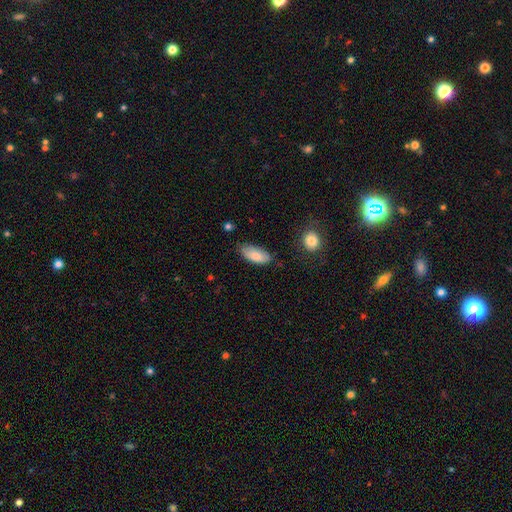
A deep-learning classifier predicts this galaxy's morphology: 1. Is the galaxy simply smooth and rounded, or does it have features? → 84% smooth, 10% featured or disk, 6% star or artifact.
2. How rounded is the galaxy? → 88% in between, 10% cigar-shaped, 2% round.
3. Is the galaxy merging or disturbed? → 70% none, 23% minor disturbance, 4% major disturbance, 2% merger.